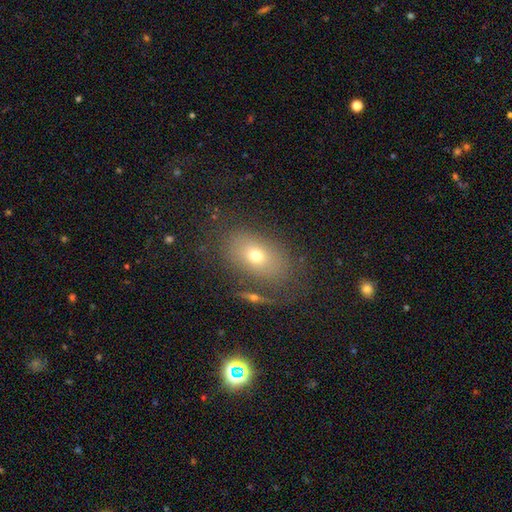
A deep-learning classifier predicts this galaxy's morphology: type=smooth (66%); roundness=in between (81%); merging=none (70%).